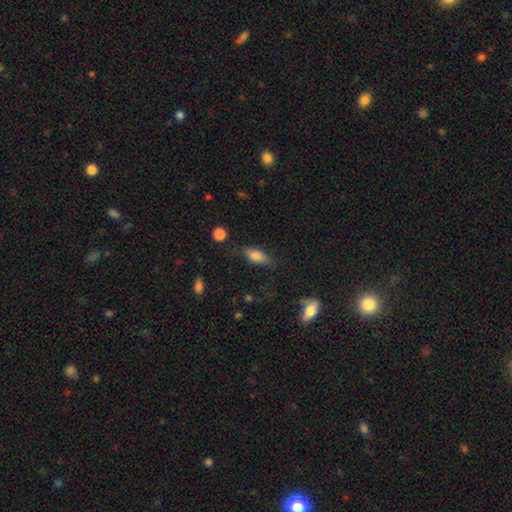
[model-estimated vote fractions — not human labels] smooth 76%, featured or disk 16%, star or artifact 9%. Down the decision tree: how rounded — in between (77%); merging — none (68%).